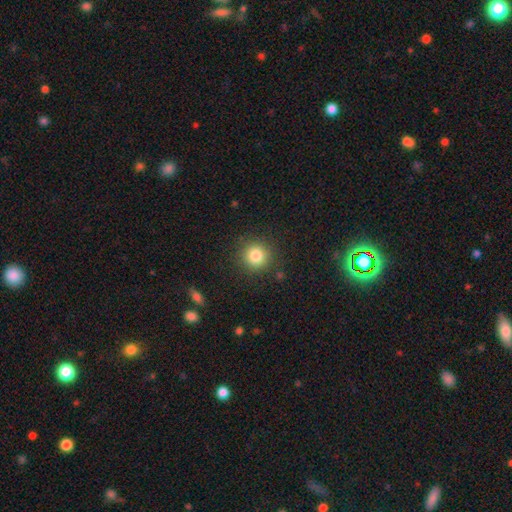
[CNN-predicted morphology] The model was most divided on "smooth or featured": smooth: 83%, star or artifact: 11%, featured or disk: 6%. More confident: how rounded — round (93%); merging — none (88%).